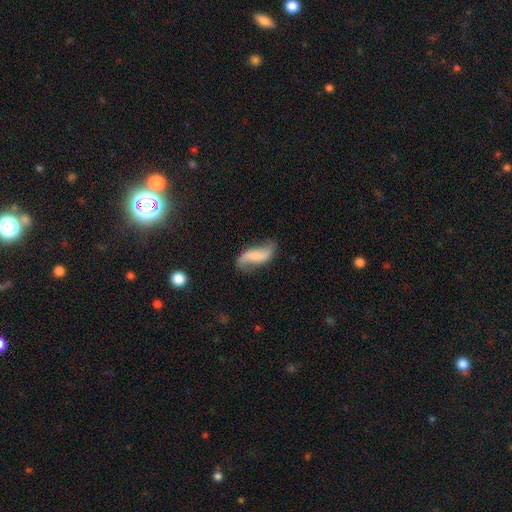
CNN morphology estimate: Overall: featured or disk (68%). Edge-on disk: no (95%). Bar: no (42%; weak 36%). Spiral arms: yes (92%). Spiral arm count: 2 (90%). Spiral winding: loose (84%). Bulge size: none (50%; small 25%). Merging: none (66%).